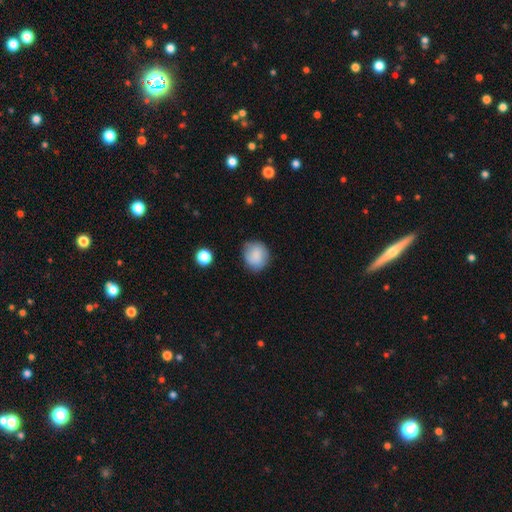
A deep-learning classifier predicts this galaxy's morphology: Smooth or featured? Predicted: smooth (p=0.83). How rounded? Predicted: round (p=0.77). Merging? Predicted: none (p=0.78).